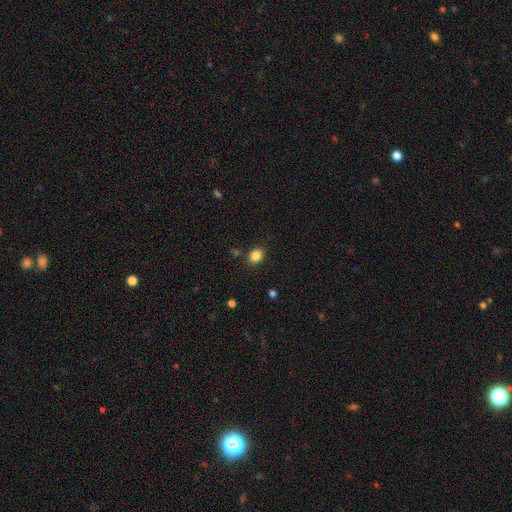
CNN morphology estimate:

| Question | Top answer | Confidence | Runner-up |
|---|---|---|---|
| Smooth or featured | smooth | 85% | star or artifact (11%) |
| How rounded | round | 57% | in between (42%) |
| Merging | none | 85% | minor disturbance (10%) |